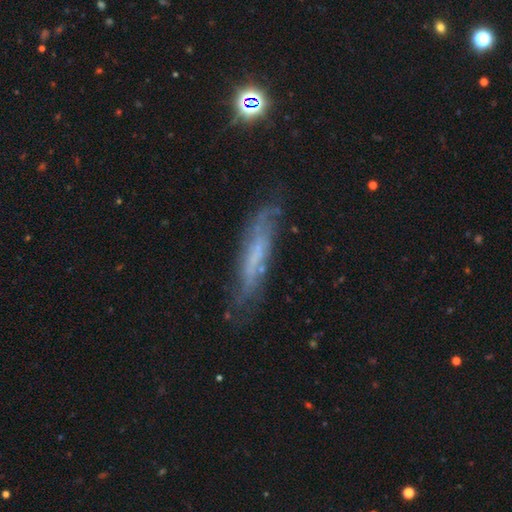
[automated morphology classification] A featured or disk galaxy (59%) viewed edge-on (53%).

Vote fractions:
- Smooth or featured? featured or disk: 59% / smooth: 31% / star or artifact: 10%
- Edge-on disk? yes: 53% / no: 47%
- Merging? none: 64% / minor disturbance: 24% / major disturbance: 9% / merger: 3%